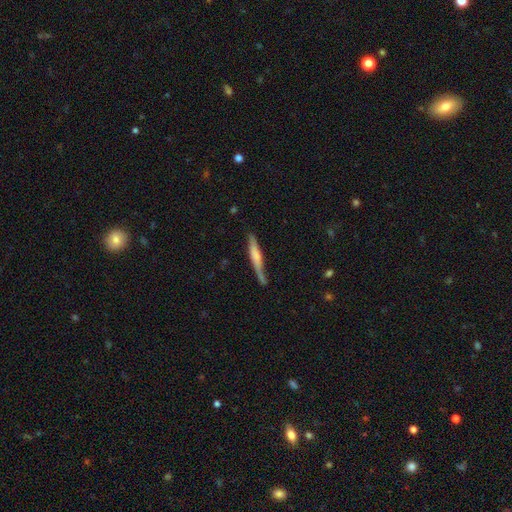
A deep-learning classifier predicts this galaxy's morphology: Smooth or featured? smooth (48%)
Merging? none (66%)